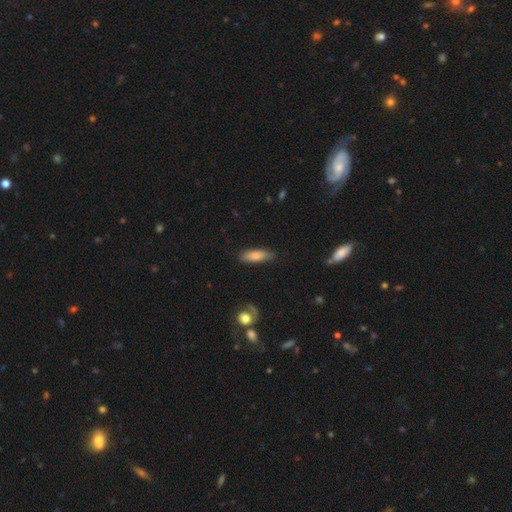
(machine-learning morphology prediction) Smooth or featured: smooth — 78% (featured or disk — 15%)
How rounded: in between — 50% (cigar-shaped — 48%)
Merging: none — 81% (minor disturbance — 14%)